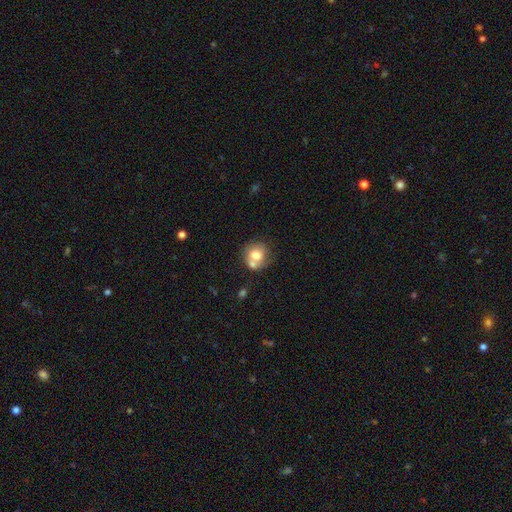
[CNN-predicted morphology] smooth_or_featured: smooth (p=0.72) [alt: featured or disk p=0.20]
how_rounded: round (p=0.79) [alt: in between p=0.20]
merging: none (p=0.43) [alt: merger p=0.40]